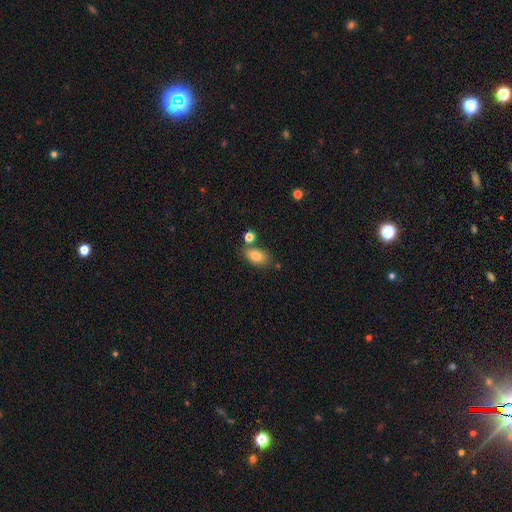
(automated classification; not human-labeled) smooth 81%, featured or disk 10%, star or artifact 9%. Down the decision tree: how rounded — in between (86%); merging — none (66%).